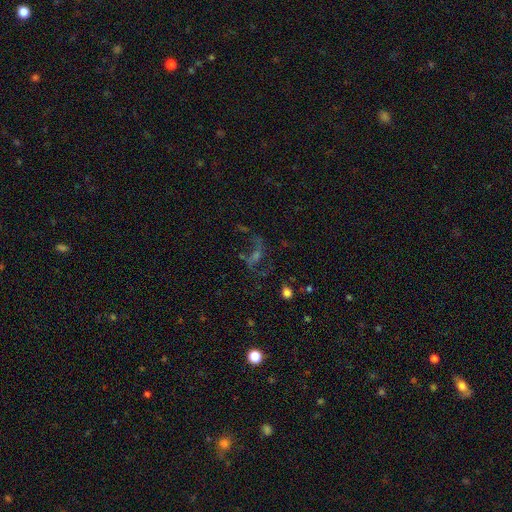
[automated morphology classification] Q: Smooth or featured?
A: featured or disk (51%); runner-up: star or artifact (31%)
Q: Edge-on disk?
A: no (91%); runner-up: yes (9%)
Q: Merging?
A: none (44%); runner-up: major disturbance (33%)